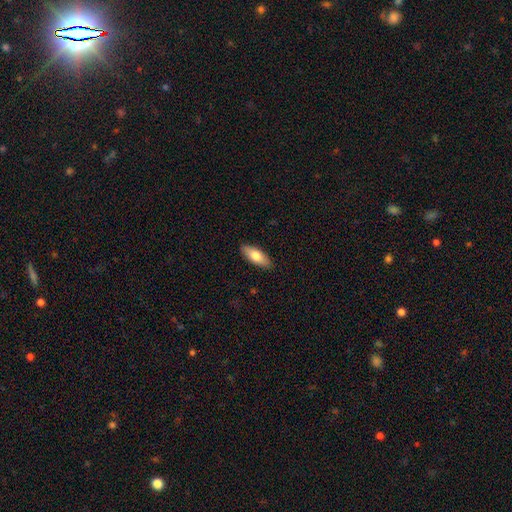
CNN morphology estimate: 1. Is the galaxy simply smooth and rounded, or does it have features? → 76% smooth, 19% featured or disk, 6% star or artifact.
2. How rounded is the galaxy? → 75% in between, 23% cigar-shaped, 2% round.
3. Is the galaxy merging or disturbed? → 89% none, 8% minor disturbance, 2% major disturbance, 1% merger.